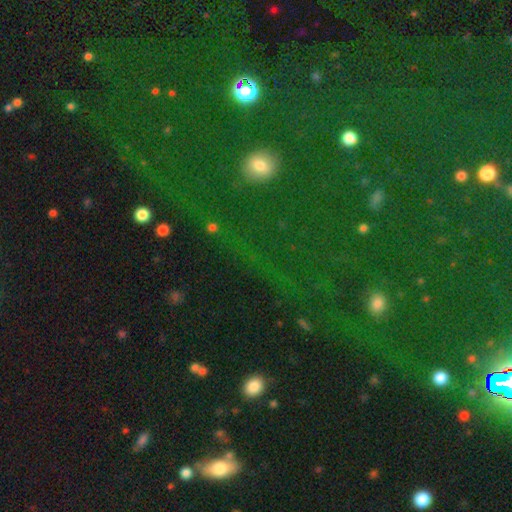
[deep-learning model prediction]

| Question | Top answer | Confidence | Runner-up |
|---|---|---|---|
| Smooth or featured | star or artifact | 67% | smooth (23%) |